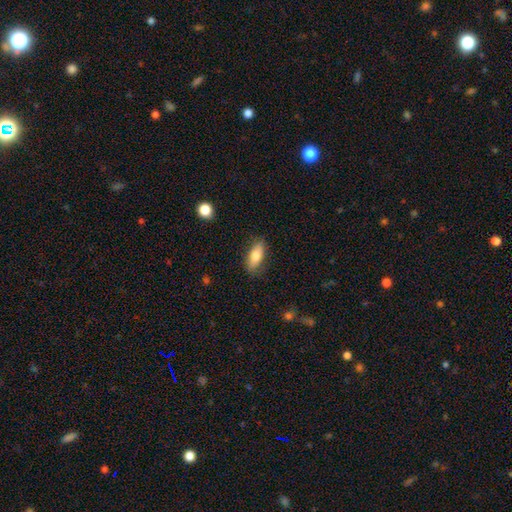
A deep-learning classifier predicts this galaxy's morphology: Overall: smooth (74%). How rounded: in between (76%). Merging: none (83%).